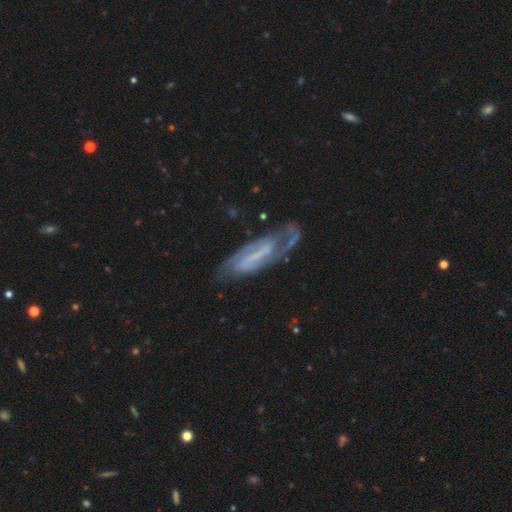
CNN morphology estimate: This appears to be a featured or disk galaxy (78%) with a strong bar (50%), 2 (65%) medium (42%) spiral arms (86%) and no central bulge (51%). Merging: none (58%).